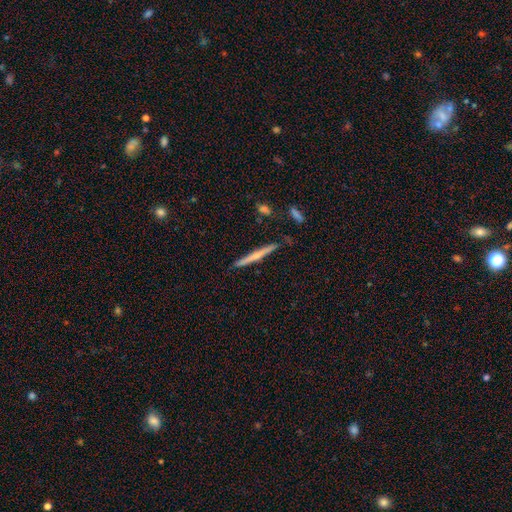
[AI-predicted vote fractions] This is possibly a featured or disk galaxy (58%). It is clearly viewed edge-on (98%). Edge-on bulge: likely rounded (63%). Merging: clearly none (88%).